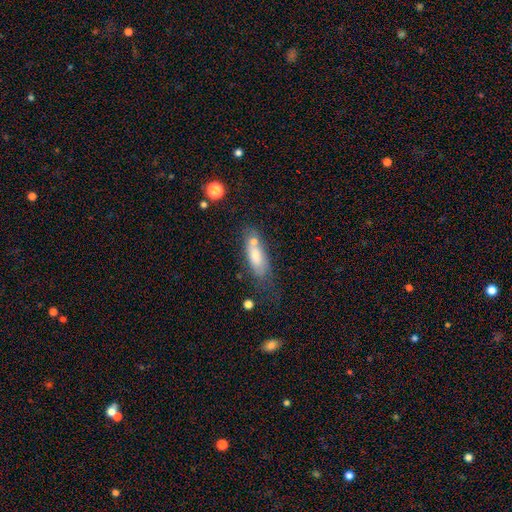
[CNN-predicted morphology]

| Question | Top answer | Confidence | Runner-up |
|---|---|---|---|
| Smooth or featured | smooth | 72% | featured or disk (20%) |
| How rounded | in between | 64% | cigar-shaped (33%) |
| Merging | none | 48% | minor disturbance (23%) |